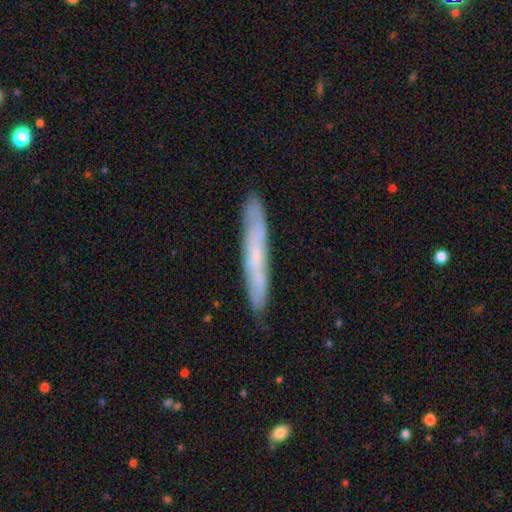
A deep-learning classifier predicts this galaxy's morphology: A featured or disk galaxy (48%). Merging: none (86%).